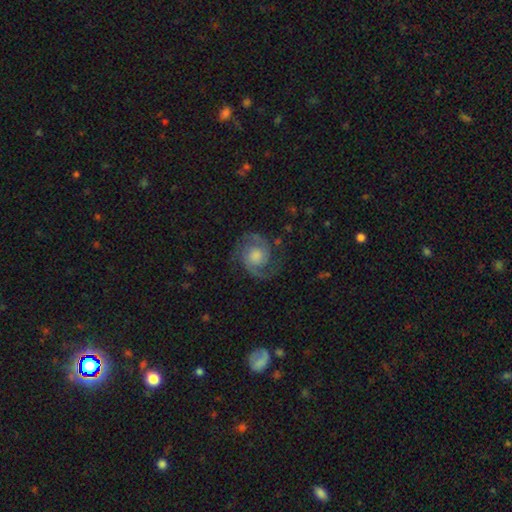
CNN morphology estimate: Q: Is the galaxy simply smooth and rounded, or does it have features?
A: featured or disk — 86%.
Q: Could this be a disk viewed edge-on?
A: no — 98%.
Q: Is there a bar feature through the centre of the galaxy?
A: no — 69%.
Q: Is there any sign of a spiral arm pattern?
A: yes — 98%.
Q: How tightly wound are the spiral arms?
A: medium — 51%.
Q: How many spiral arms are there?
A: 2 — 88%.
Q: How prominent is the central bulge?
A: moderate — 48%.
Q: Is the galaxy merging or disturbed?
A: none — 80%.